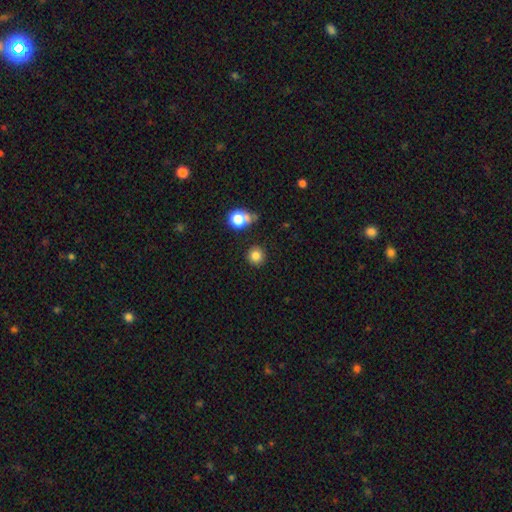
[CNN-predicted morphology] smooth-or-featured: smooth: 82% | star or artifact: 12% | featured or disk: 5%
  how-rounded: round: 93% | in between: 6% | cigar-shaped: 1%
  merging: none: 87% | minor disturbance: 7% | merger: 3% | major disturbance: 2%